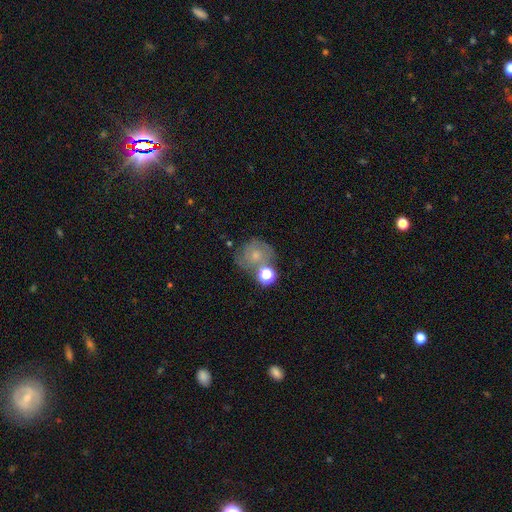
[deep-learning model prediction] Q: Smooth or featured?
A: smooth (52%); runner-up: featured or disk (33%)
Q: How rounded?
A: round (74%); runner-up: in between (25%)
Q: Merging?
A: none (51%); runner-up: merger (20%)